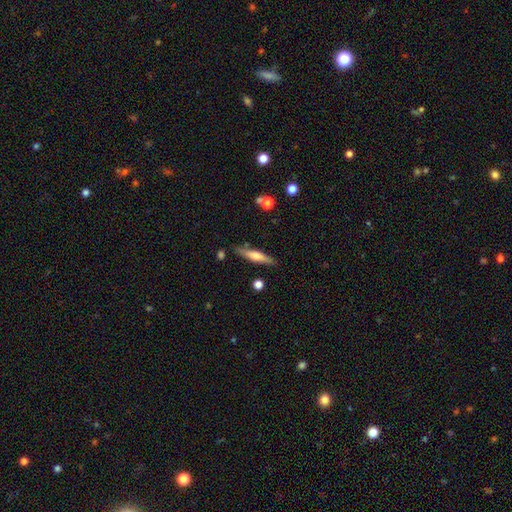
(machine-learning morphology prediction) Overall: smooth (47%, tied with featured or disk). Merging: none (84%).